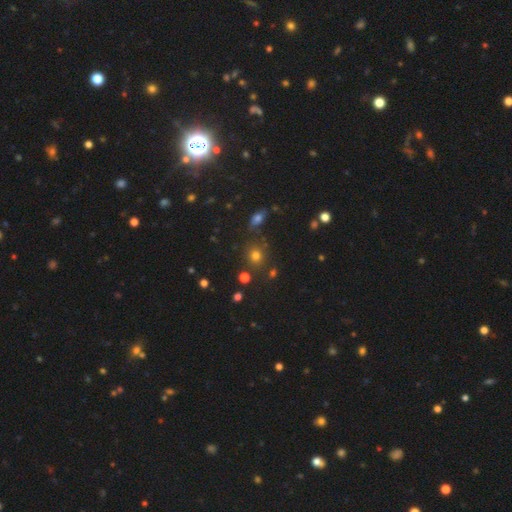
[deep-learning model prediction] Overall: smooth (72%). How rounded: round (85%). Merging: none (79%).